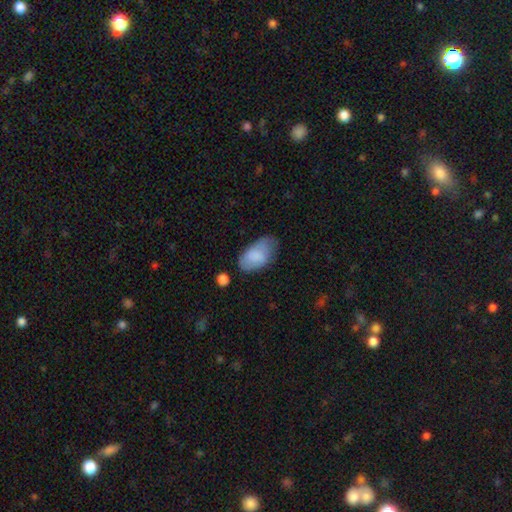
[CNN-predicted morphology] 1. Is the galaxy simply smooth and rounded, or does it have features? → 81% smooth, 13% featured or disk, 7% star or artifact.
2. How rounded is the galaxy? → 94% in between, 4% round, 2% cigar-shaped.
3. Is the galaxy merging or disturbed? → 54% none, 32% minor disturbance, 10% major disturbance, 4% merger.